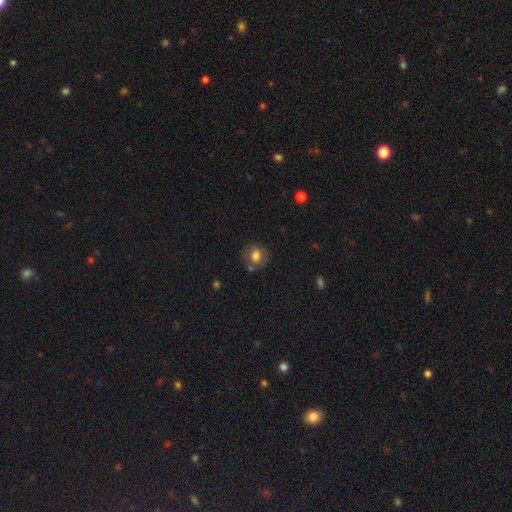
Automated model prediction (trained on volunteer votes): smooth-or-featured: smooth: 72% | featured or disk: 18% | star or artifact: 10%
  how-rounded: round: 68% | in between: 31% | cigar-shaped: 1%
  merging: none: 68% | minor disturbance: 19% | major disturbance: 7% | merger: 6%